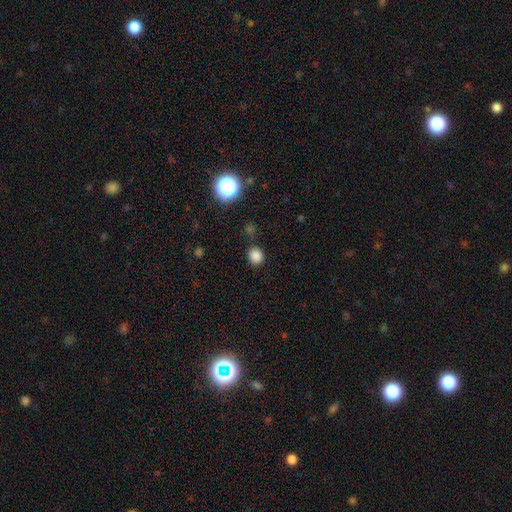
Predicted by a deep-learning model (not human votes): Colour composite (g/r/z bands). It shows a smooth galaxy with no disk features (83%) that is round (77%). Merging: none (84%).